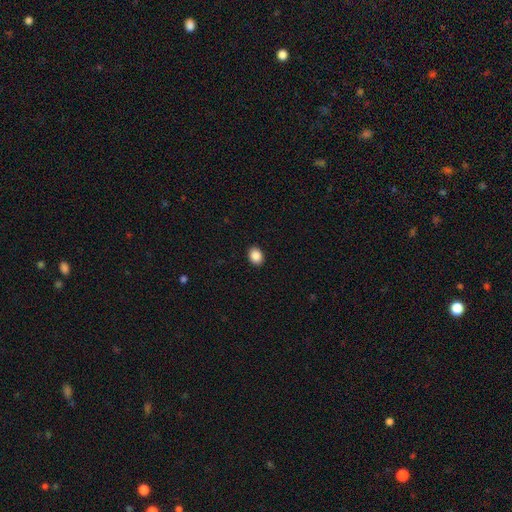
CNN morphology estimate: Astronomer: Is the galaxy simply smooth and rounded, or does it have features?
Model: smooth — 89%.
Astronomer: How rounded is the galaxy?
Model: in between — 58% (runner-up: round, 41%).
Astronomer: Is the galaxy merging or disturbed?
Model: none — 91%.